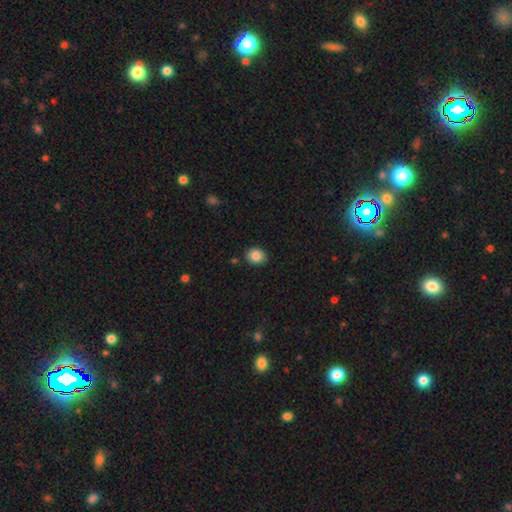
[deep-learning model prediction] Smooth or featured? smooth (86%)
How rounded? round (64%)
Merging? none (88%)